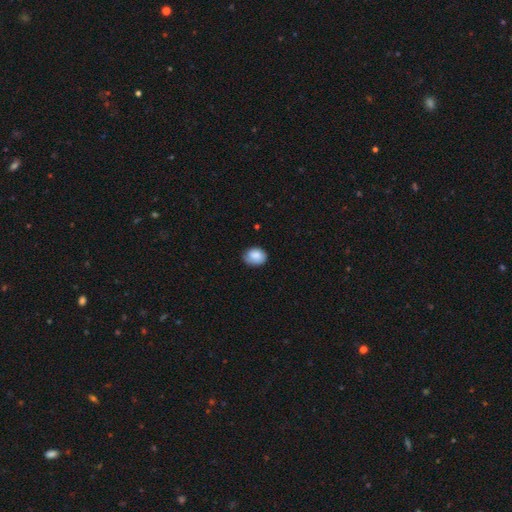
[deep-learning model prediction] Smooth or featured? Predicted: smooth (p=0.85). How rounded? Predicted: in between (p=0.56). Merging? Predicted: none (p=0.73).